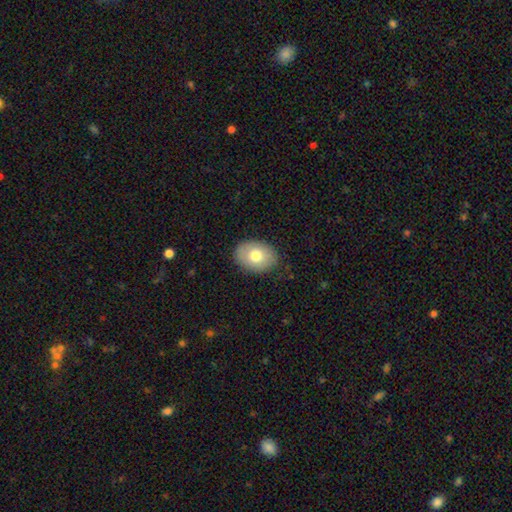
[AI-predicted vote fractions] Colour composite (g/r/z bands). It shows a smooth galaxy with no disk features (75%) that is in between round and cigar-shaped (72%). Merging: none (86%).